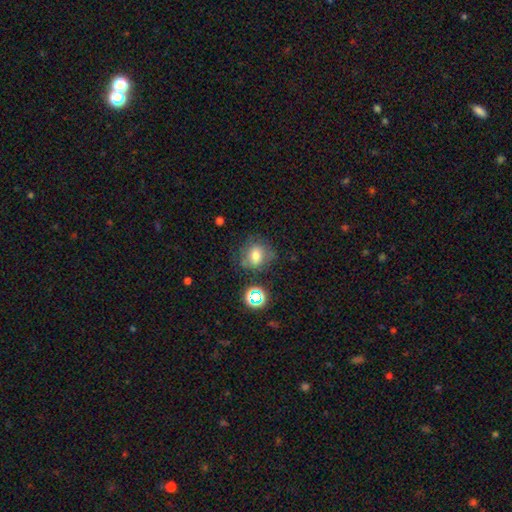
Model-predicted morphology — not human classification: A smooth galaxy with no disk features (65%) that is round (62%). Merging: none (62%).